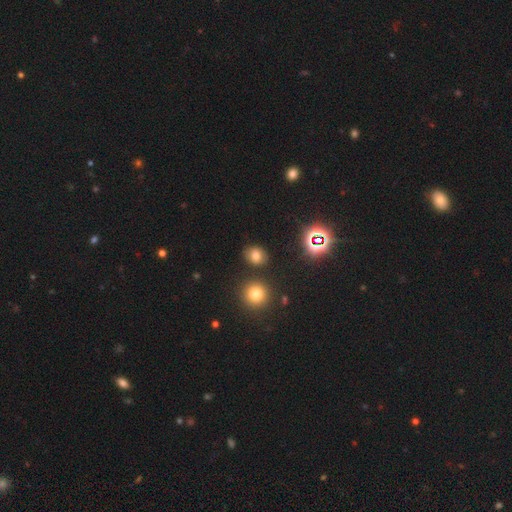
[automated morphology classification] smooth_or_featured: smooth (p=0.70) [alt: star or artifact p=0.21]
how_rounded: round (p=0.52) [alt: in between p=0.46]
merging: none (p=0.84) [alt: minor disturbance p=0.09]